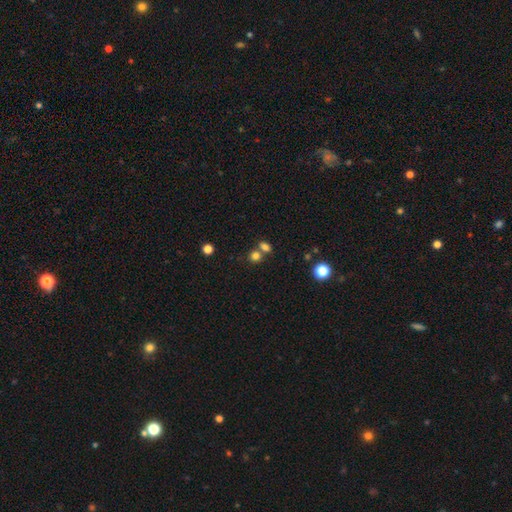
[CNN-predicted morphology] Smooth or featured? smooth (78%)
How rounded? round (72%)
Merging? none (49%)